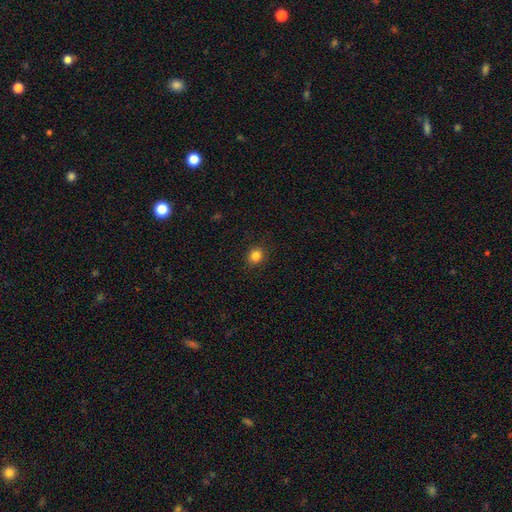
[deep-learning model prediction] Smooth or featured? smooth (84%)
How rounded? round (75%)
Merging? none (90%)